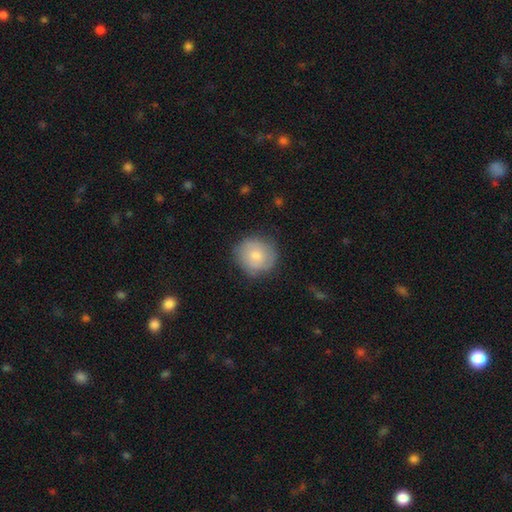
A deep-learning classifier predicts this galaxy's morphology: A smooth galaxy with no disk features (72%) that is round (90%).

Vote fractions:
- Smooth or featured? smooth: 72% / featured or disk: 21% / star or artifact: 7%
- How rounded? round: 90% / in between: 9% / cigar-shaped: 1%
- Merging? none: 78% / minor disturbance: 16% / major disturbance: 4% / merger: 1%